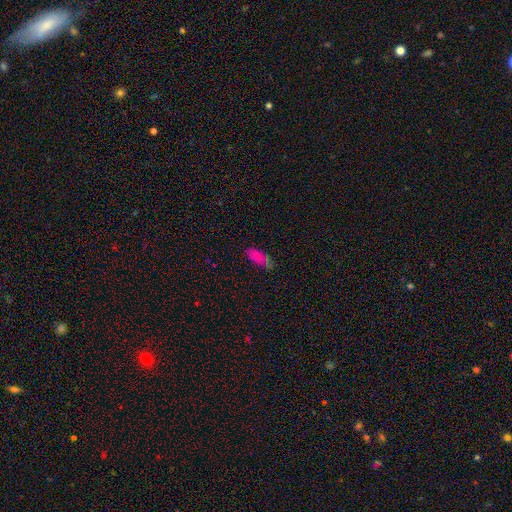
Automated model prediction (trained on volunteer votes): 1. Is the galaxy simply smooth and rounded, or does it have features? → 71% smooth, 16% featured or disk, 13% star or artifact.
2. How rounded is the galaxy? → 80% in between, 17% cigar-shaped, 3% round.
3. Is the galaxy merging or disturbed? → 64% none, 25% minor disturbance, 7% major disturbance, 4% merger.